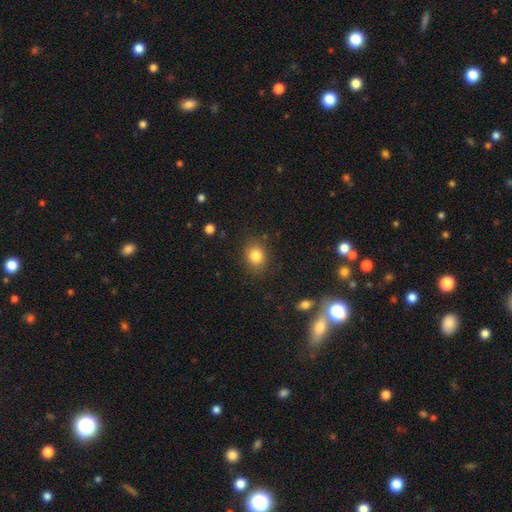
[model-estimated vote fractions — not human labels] The model was most divided on "how rounded": round: 59%, in between: 40%, cigar-shaped: 1%. More confident: smooth or featured — smooth (83%); merging — none (82%).